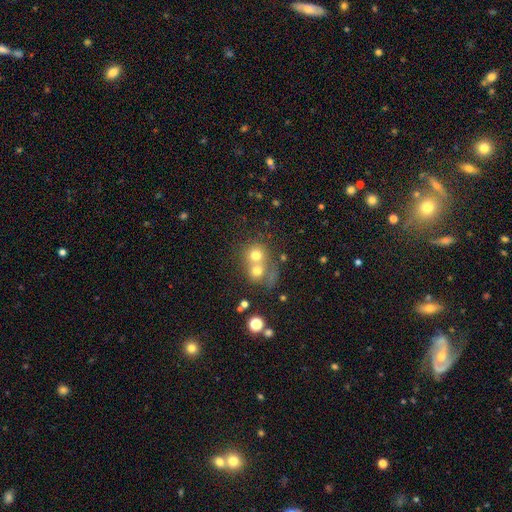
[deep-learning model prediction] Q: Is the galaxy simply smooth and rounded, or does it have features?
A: smooth — 68%.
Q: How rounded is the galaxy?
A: round — 80%.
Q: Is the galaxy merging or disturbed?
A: merger — 59%.